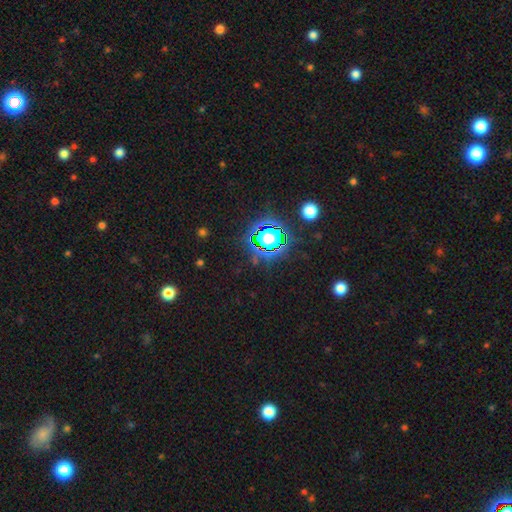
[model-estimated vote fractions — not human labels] Smooth or featured: star or artifact — 81% (smooth — 12%)